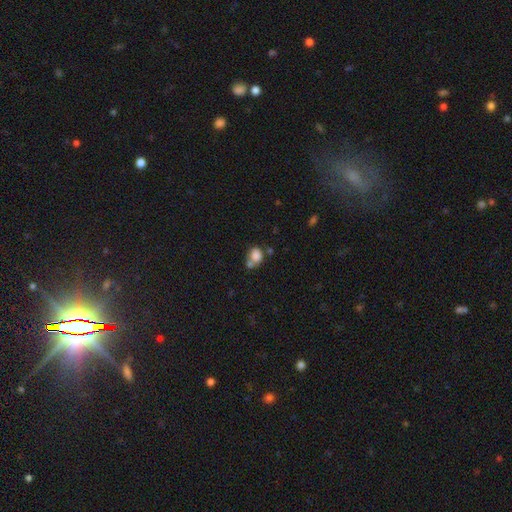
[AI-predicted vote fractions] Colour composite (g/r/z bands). It shows a smooth galaxy with no disk features (81%) that is round (52%). Merging: none (43%).